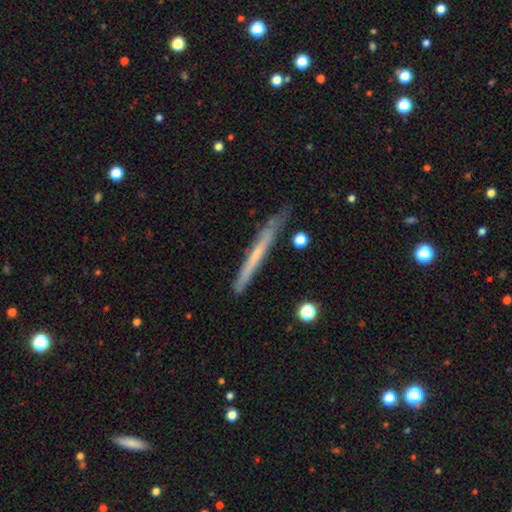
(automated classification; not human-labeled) Smooth or featured? featured or disk (50%)
Edge-on disk? yes (93%)
Merging? none (78%)